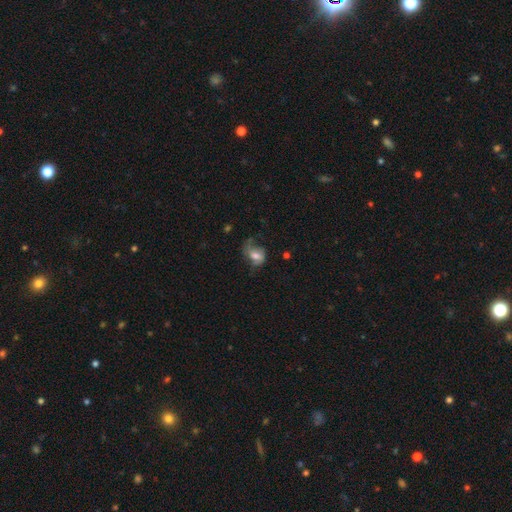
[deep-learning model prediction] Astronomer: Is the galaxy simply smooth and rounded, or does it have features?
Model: smooth — 51% (runner-up: featured or disk, 40%).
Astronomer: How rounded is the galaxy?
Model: in between — 70%.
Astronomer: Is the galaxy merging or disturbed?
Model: none — 38% (runner-up: major disturbance, 32%).